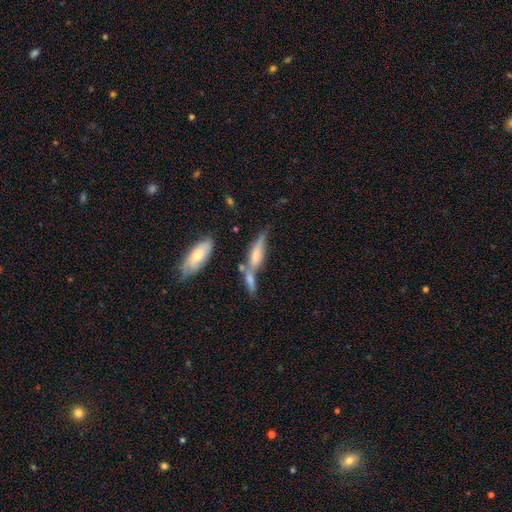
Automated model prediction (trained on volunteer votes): Smooth or featured? Predicted: featured or disk (p=0.49). Merging? Predicted: none (p=0.43).